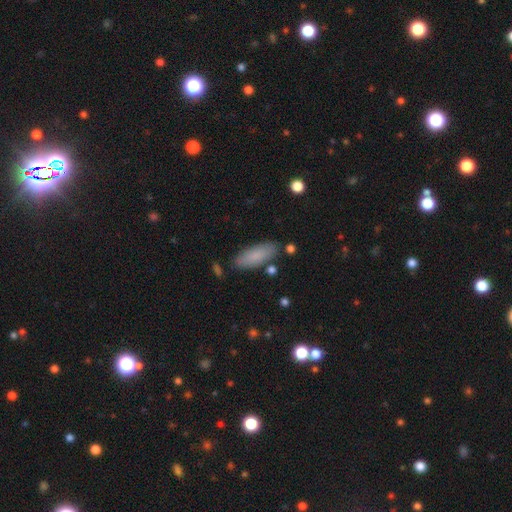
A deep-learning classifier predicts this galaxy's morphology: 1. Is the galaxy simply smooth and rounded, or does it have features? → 84% smooth, 10% featured or disk, 7% star or artifact.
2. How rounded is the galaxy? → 66% in between, 32% cigar-shaped, 2% round.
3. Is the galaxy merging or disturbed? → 83% none, 11% minor disturbance, 3% merger, 3% major disturbance.